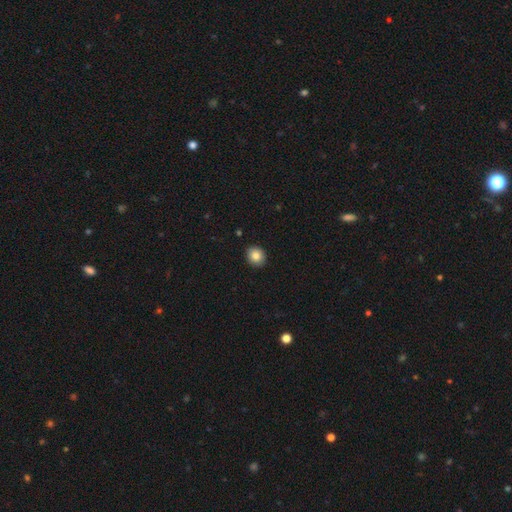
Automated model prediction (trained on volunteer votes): The model was most divided on "how rounded": round: 77%, in between: 22%, cigar-shaped: 1%. More confident: merging — none (90%); smooth or featured — smooth (84%).